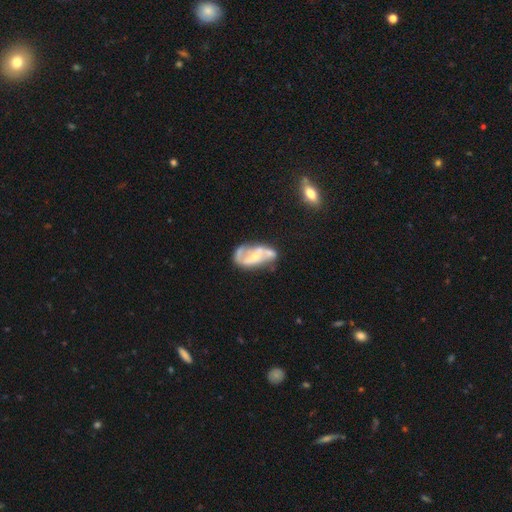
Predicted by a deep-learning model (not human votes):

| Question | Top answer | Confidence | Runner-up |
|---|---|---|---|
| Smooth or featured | featured or disk | 74% | smooth (19%) |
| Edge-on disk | no | 96% | yes (4%) |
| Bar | no | 54% | weak (32%) |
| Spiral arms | yes | 73% | no (27%) |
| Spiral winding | loose | 41% | medium (40%) |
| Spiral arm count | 2 | 70% | can't tell (16%) |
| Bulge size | small | 53% | moderate (34%) |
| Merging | none | 40% | minor disturbance (23%) |